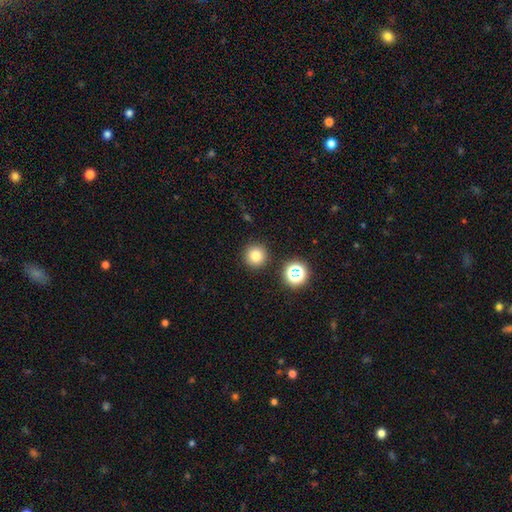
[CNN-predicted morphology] The model was most divided on "smooth or featured": smooth: 78%, star or artifact: 15%, featured or disk: 7%. More confident: how rounded — round (96%); merging — none (90%).